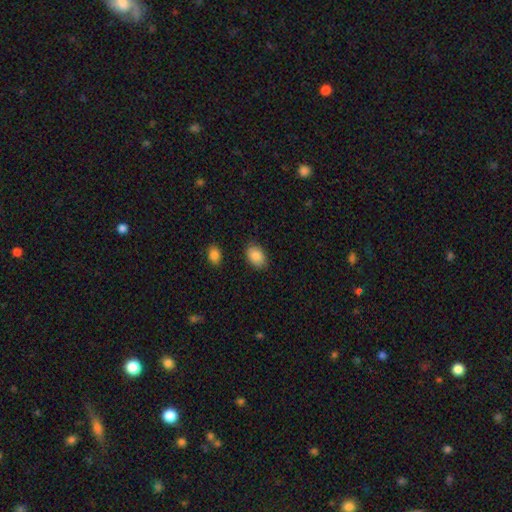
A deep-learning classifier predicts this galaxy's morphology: Smooth or featured? smooth (87%)
How rounded? in between (84%)
Merging? none (83%)